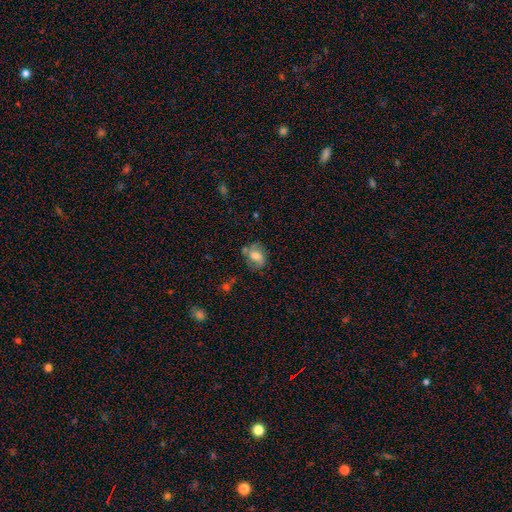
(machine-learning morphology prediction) smooth 58%, featured or disk 33%, star or artifact 10%. Down the decision tree: how rounded — in between (65%); merging — none (51%).